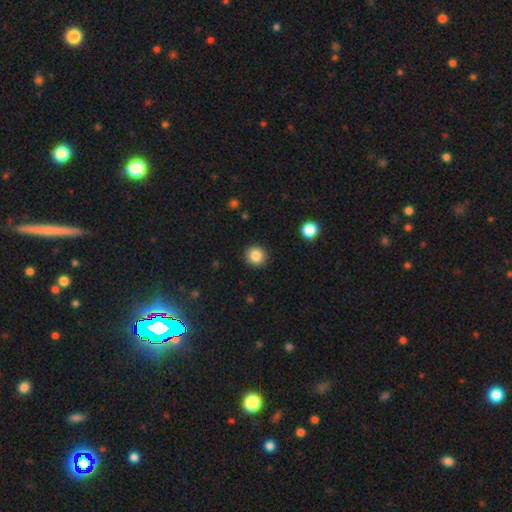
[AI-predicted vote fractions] smooth_or_featured: smooth (p=0.86) [alt: star or artifact p=0.10]
how_rounded: round (p=0.93) [alt: in between p=0.06]
merging: none (p=0.92) [alt: minor disturbance p=0.05]